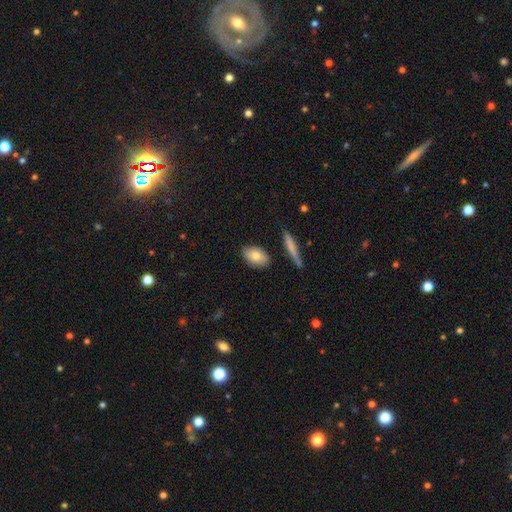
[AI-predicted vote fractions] smooth-or-featured: smooth: 79% | featured or disk: 14% | star or artifact: 7%
  how-rounded: in between: 86% | round: 9% | cigar-shaped: 5%
  merging: none: 81% | minor disturbance: 12% | merger: 4% | major disturbance: 3%